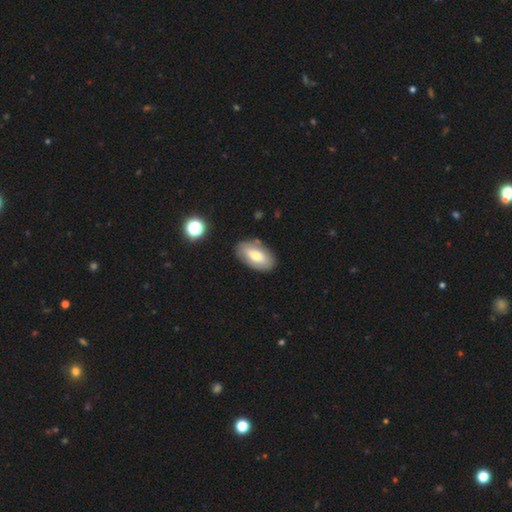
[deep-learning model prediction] smooth_or_featured: smooth (p=0.64) [alt: featured or disk p=0.29]
how_rounded: in between (p=0.92) [alt: round p=0.04]
merging: none (p=0.83) [alt: minor disturbance p=0.12]